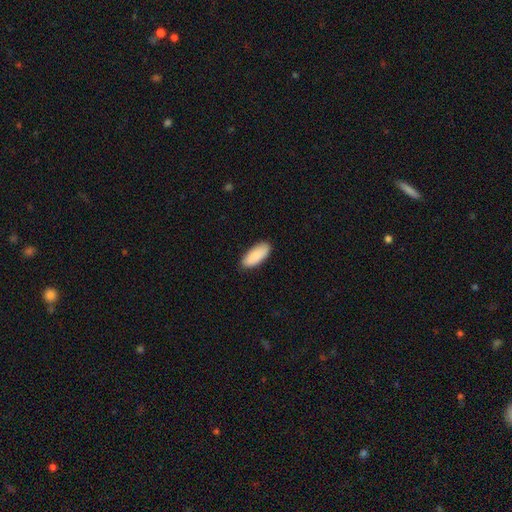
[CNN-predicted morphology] A smooth galaxy with no disk features (89%) that is in between round and cigar-shaped (85%).

Vote fractions:
- Smooth or featured? smooth: 89% / featured or disk: 6% / star or artifact: 5%
- How rounded? in between: 85% / cigar-shaped: 13% / round: 2%
- Merging? none: 88% / minor disturbance: 10% / major disturbance: 2% / merger: 1%